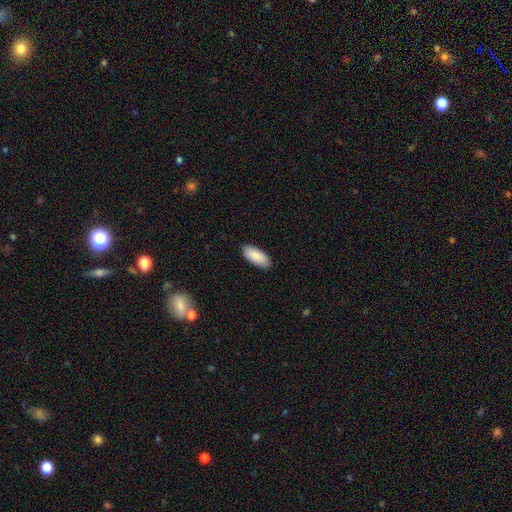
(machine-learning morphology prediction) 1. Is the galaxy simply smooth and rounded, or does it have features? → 89% smooth, 5% star or artifact, 5% featured or disk.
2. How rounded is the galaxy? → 90% in between, 9% cigar-shaped, 2% round.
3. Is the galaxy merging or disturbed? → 88% none, 9% minor disturbance, 2% major disturbance, 1% merger.